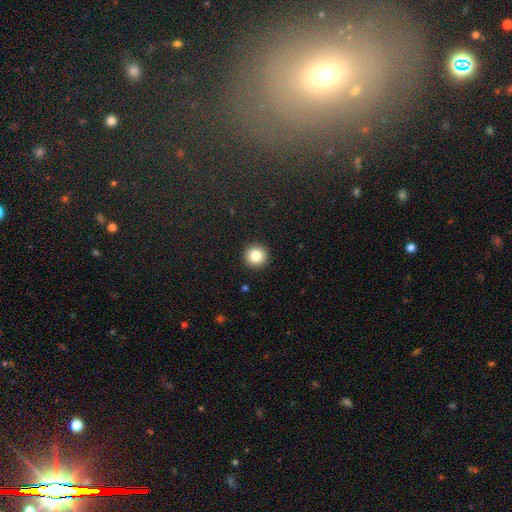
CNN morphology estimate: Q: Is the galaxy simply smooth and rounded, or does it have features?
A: smooth — 84%.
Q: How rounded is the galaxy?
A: round — 96%.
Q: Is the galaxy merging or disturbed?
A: none — 93%.